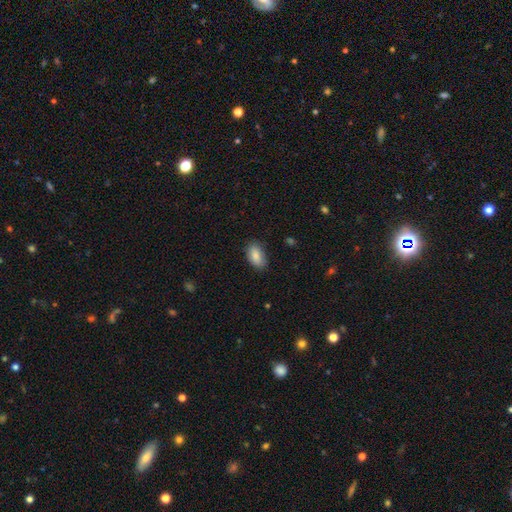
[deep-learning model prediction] A smooth galaxy with no disk features (87%) that is in between round and cigar-shaped (92%). Merging: none (81%).